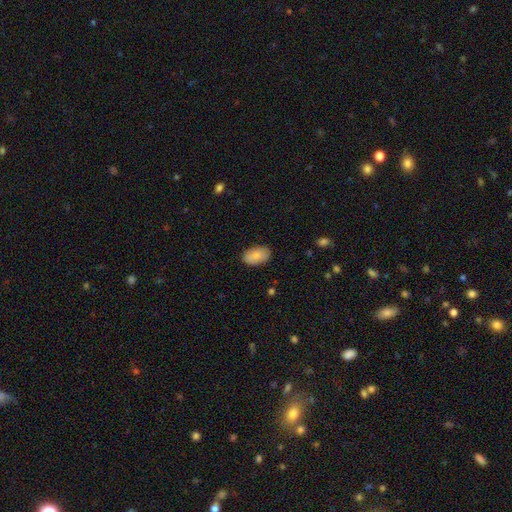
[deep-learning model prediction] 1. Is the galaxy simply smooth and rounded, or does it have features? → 86% smooth, 8% featured or disk, 6% star or artifact.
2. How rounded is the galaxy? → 93% in between, 5% round, 1% cigar-shaped.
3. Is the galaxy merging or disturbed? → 86% none, 11% minor disturbance, 2% major disturbance, 1% merger.